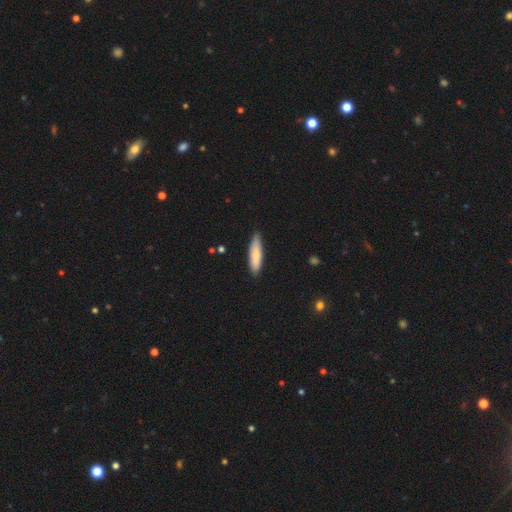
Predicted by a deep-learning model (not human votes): Smooth or featured?
  - smooth: 75% *
  - featured or disk: 20%
  - star or artifact: 5%
How rounded?
  - cigar-shaped: 63% *
  - in between: 36%
  - round: 2%
Merging?
  - none: 84% *
  - minor disturbance: 13%
  - major disturbance: 2%
  - merger: 1%